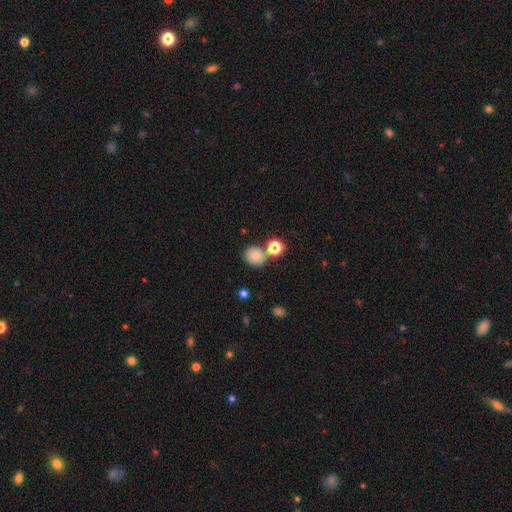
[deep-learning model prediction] Smooth or featured: smooth — 82% (star or artifact — 12%)
How rounded: round — 80% (in between — 19%)
Merging: none — 67% (merger — 21%)